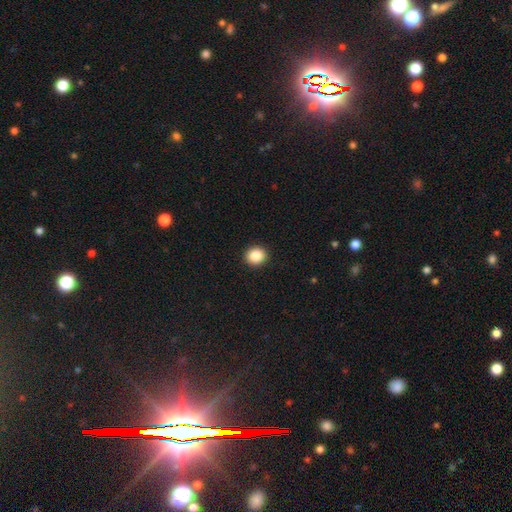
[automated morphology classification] The model was most divided on "how rounded": round: 84%, in between: 15%, cigar-shaped: 1%. More confident: merging — none (92%); smooth or featured — smooth (87%).